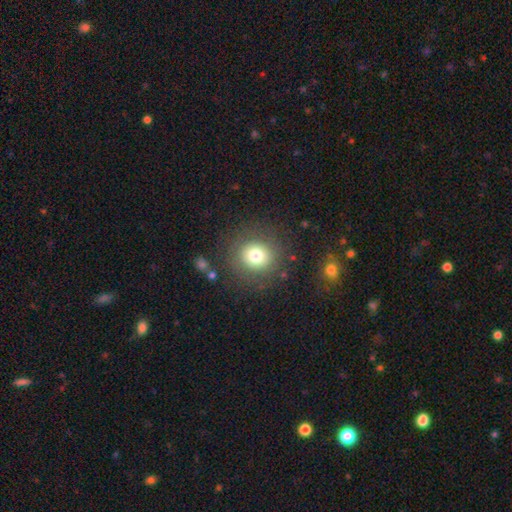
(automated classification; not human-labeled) Overall: smooth (75%). How rounded: round (92%). Merging: none (85%).